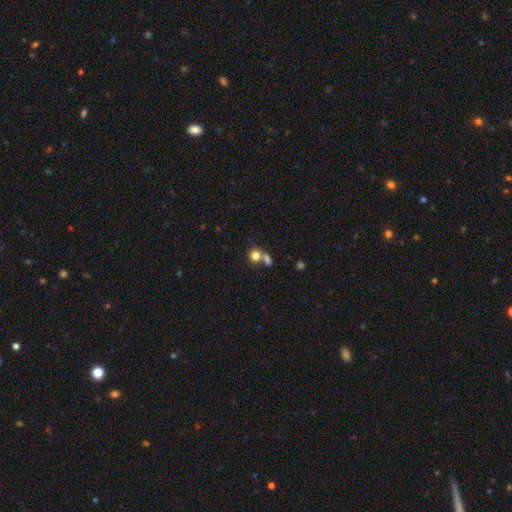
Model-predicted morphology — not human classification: smooth-or-featured: smooth: 79% | star or artifact: 11% | featured or disk: 10%
  how-rounded: round: 78% | in between: 20% | cigar-shaped: 1%
  merging: merger: 44% | none: 42% | minor disturbance: 8% | major disturbance: 5%